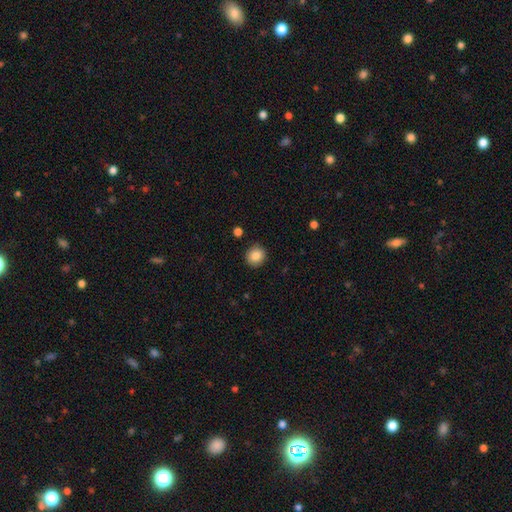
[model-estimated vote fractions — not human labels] Smooth or featured? smooth (86%)
How rounded? round (86%)
Merging? none (90%)